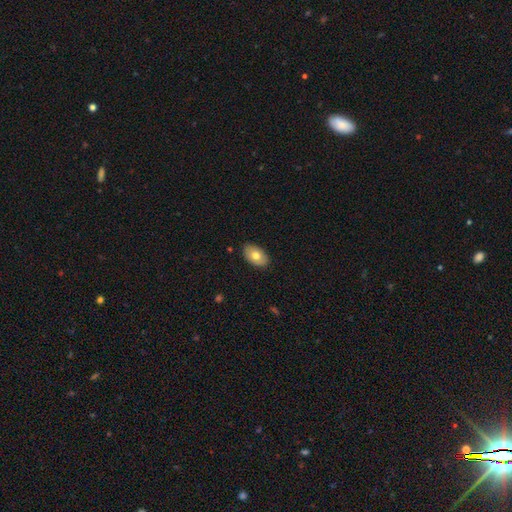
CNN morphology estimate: Overall: smooth (74%). How rounded: in between (92%). Merging: none (88%).